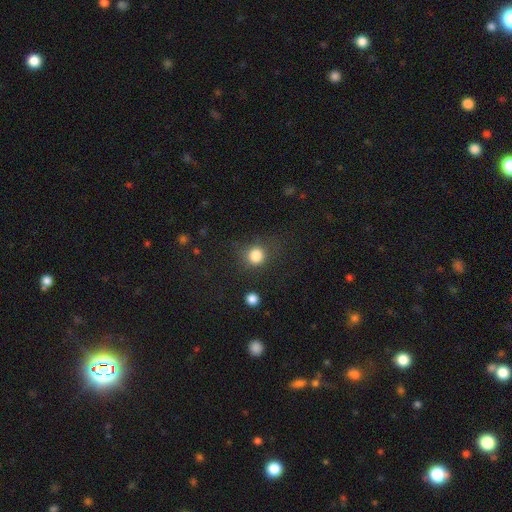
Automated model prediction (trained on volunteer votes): Q: Smooth or featured?
A: smooth (83%); runner-up: star or artifact (12%)
Q: How rounded?
A: round (88%); runner-up: in between (11%)
Q: Merging?
A: none (78%); runner-up: minor disturbance (13%)